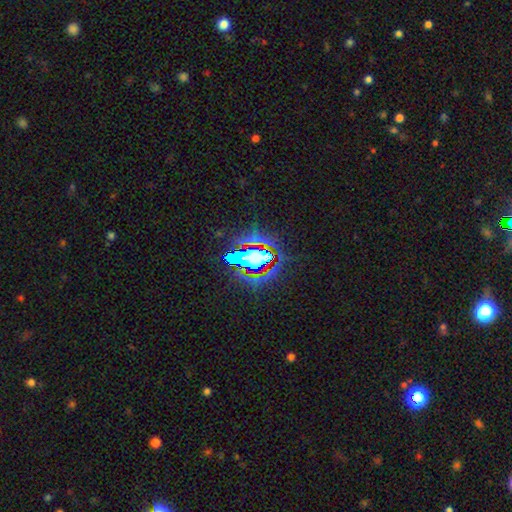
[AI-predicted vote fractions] star or artifact 59%, smooth 22%, featured or disk 19%.